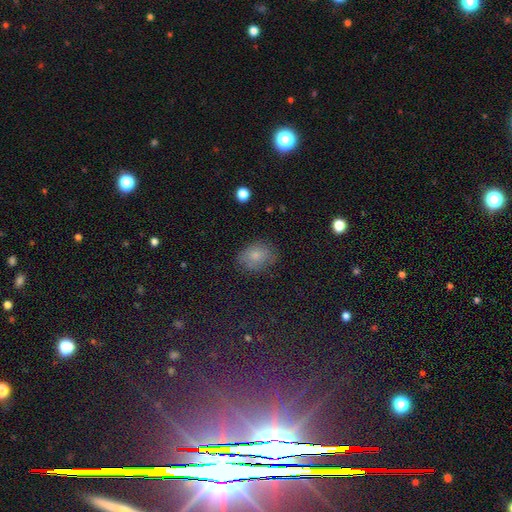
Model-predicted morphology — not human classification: A smooth galaxy with no disk features (74%) that is in between round and cigar-shaped (67%). Merging: none (76%).